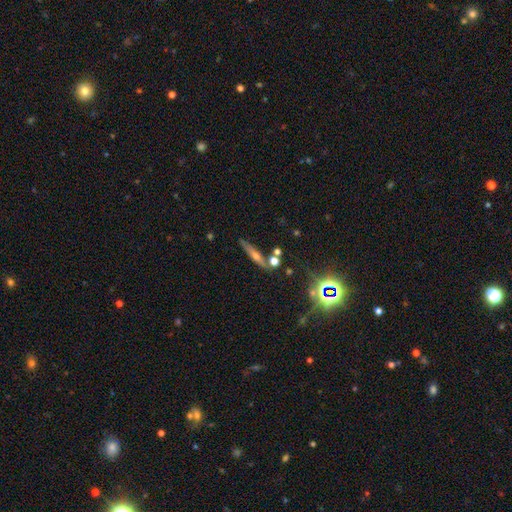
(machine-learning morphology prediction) smooth-or-featured: featured or disk: 48% | smooth: 34% | star or artifact: 19%
  merging: none: 77% | minor disturbance: 11% | merger: 9% | major disturbance: 3%